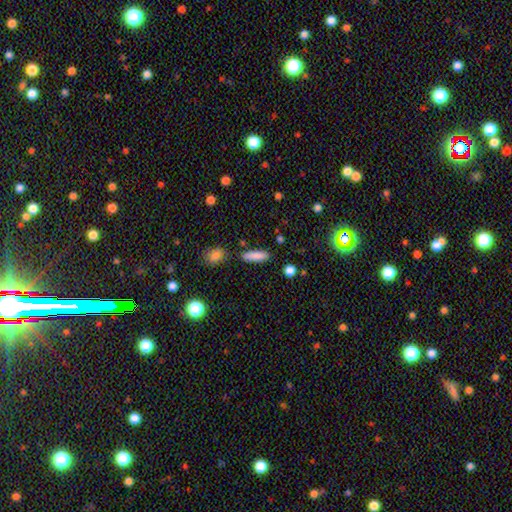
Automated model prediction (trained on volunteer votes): Q: Smooth or featured?
A: smooth (85%); runner-up: star or artifact (8%)
Q: How rounded?
A: cigar-shaped (67%); runner-up: in between (30%)
Q: Merging?
A: none (84%); runner-up: minor disturbance (10%)